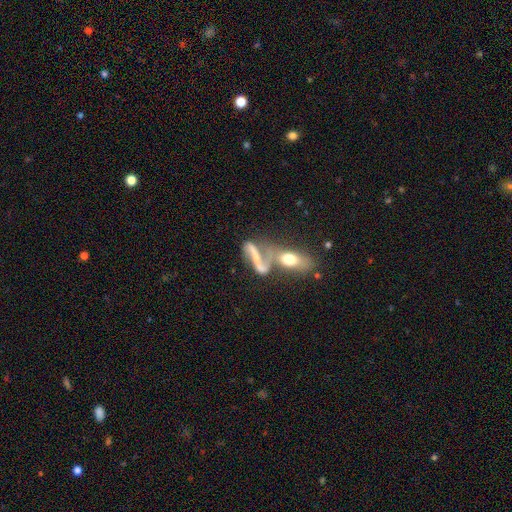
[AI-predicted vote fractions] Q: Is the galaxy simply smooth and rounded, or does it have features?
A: featured or disk — 61%.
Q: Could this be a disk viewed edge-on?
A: no — 80%.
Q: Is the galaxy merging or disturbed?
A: merger — 54%.